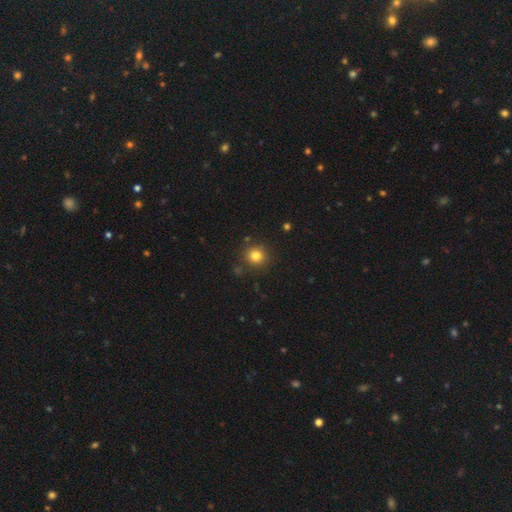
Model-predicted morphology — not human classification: Q: Smooth or featured?
A: smooth (80%); runner-up: star or artifact (13%)
Q: How rounded?
A: round (92%); runner-up: in between (7%)
Q: Merging?
A: none (87%); runner-up: minor disturbance (8%)